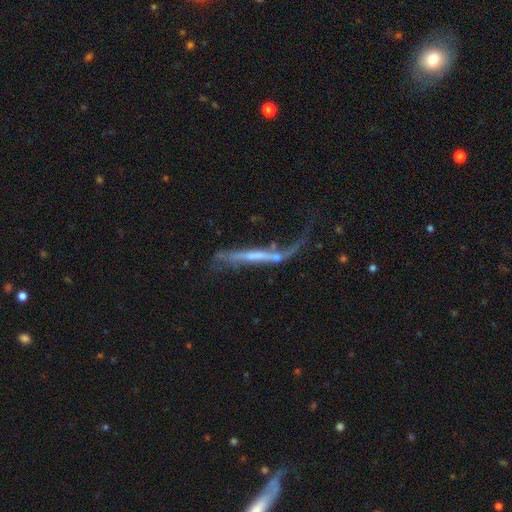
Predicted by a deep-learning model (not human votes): Q: Smooth or featured?
A: featured or disk (69%); runner-up: smooth (23%)
Q: Edge-on disk?
A: yes (62%); runner-up: no (38%)
Q: Merging?
A: major disturbance (37%); runner-up: none (27%)